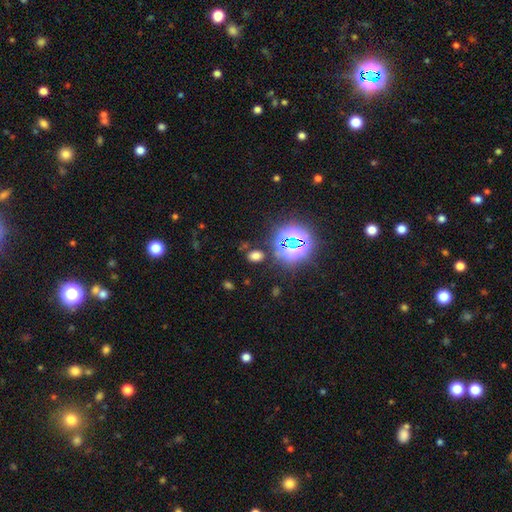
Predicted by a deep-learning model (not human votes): Overall: smooth (59%; star or artifact 34%). How rounded: in between (76%). Merging: none (81%).